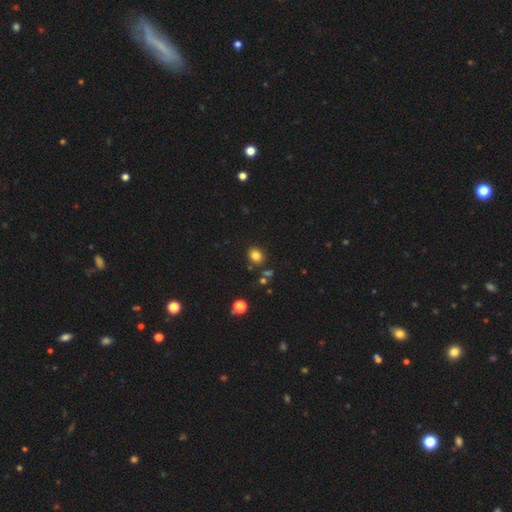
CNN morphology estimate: A smooth galaxy with no disk features (81%) that is round (60%).

Vote fractions:
- Smooth or featured? smooth: 81% / star or artifact: 13% / featured or disk: 6%
- How rounded? round: 60% / in between: 39% / cigar-shaped: 1%
- Merging? none: 83% / minor disturbance: 10% / merger: 5% / major disturbance: 3%